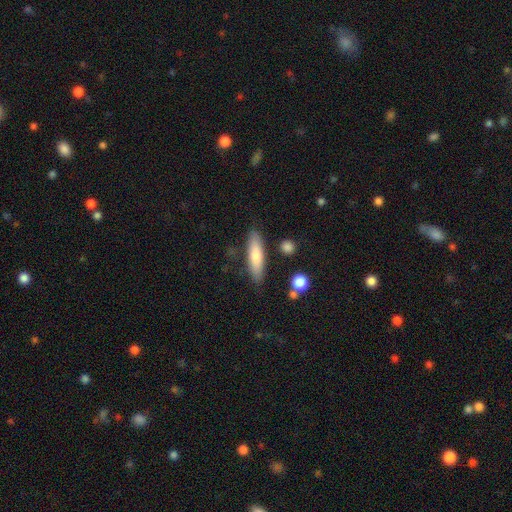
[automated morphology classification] smooth 72%, featured or disk 22%, star or artifact 6%. Down the decision tree: how rounded — cigar-shaped (71%); merging — none (83%).